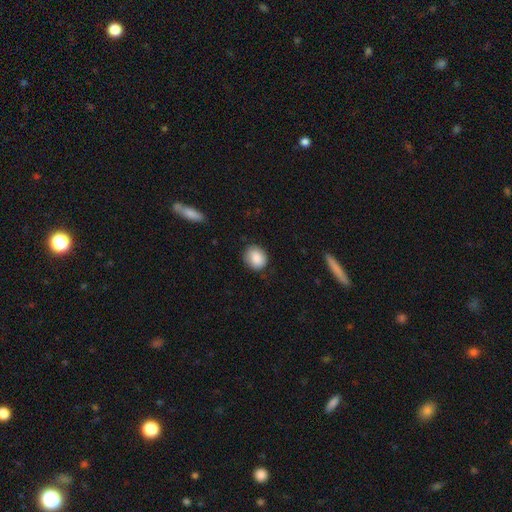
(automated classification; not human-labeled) smooth_or_featured: smooth (p=0.87) [alt: star or artifact p=0.07]
how_rounded: round (p=0.67) [alt: in between p=0.32]
merging: none (p=0.80) [alt: minor disturbance p=0.15]